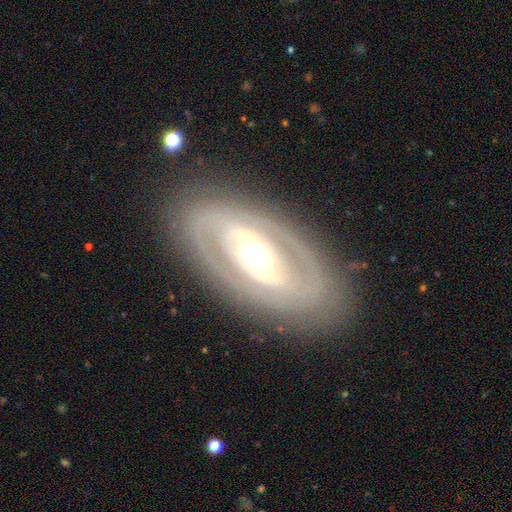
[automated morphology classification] featured or disk 82%, smooth 13%, star or artifact 5%. Down the decision tree: edge-on disk — no (91%); bar — no (42%); spiral arms — yes (59%); bulge size — moderate (61%); merging — none (83%).